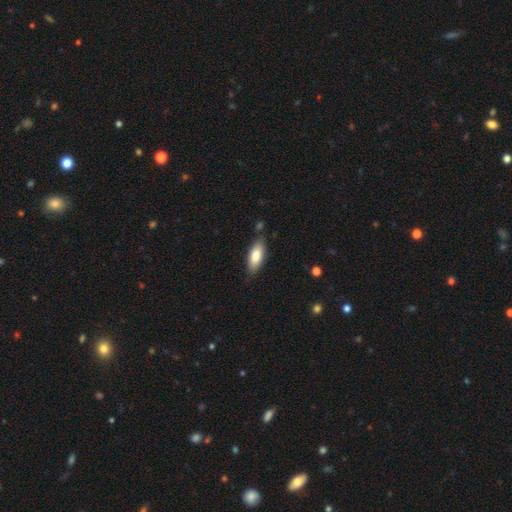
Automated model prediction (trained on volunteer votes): smooth_or_featured: smooth (p=0.81) [alt: featured or disk p=0.13]
how_rounded: in between (p=0.72) [alt: cigar-shaped p=0.26]
merging: none (p=0.79) [alt: minor disturbance p=0.15]